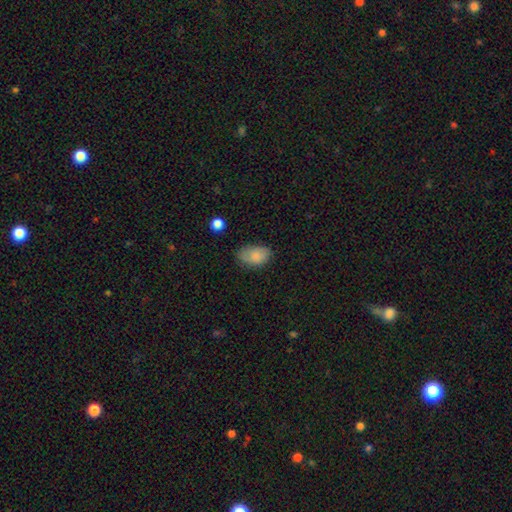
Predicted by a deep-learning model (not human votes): Smooth or featured? Predicted: smooth (p=0.84). How rounded? Predicted: in between (p=0.88). Merging? Predicted: none (p=0.66).